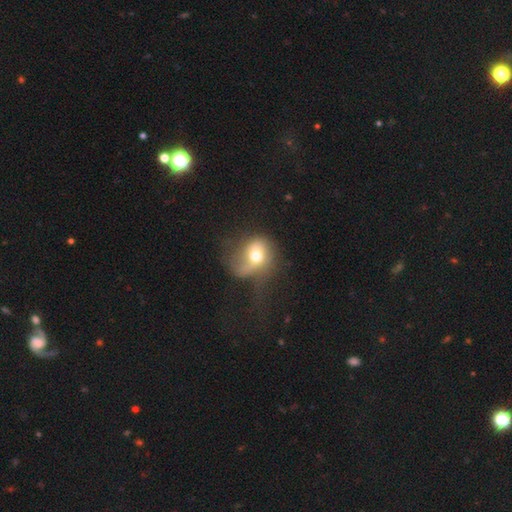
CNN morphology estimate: Smooth or featured: smooth — 55% (featured or disk — 34%)
How rounded: round — 59% (in between — 40%)
Merging: major disturbance — 42% (none — 28%)